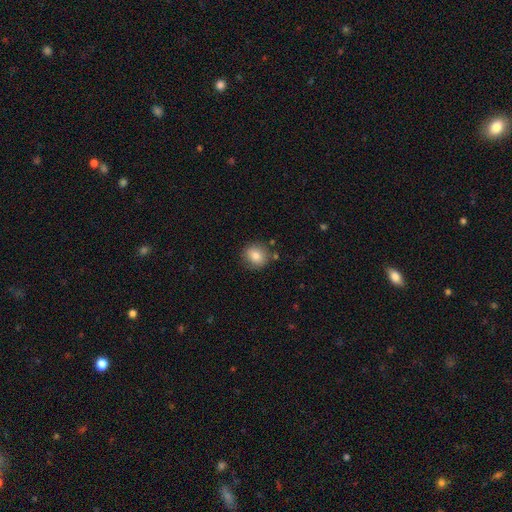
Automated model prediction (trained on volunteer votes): This appears to be a smooth galaxy with no disk features (81%) that is round (81%). Merging: none (83%).